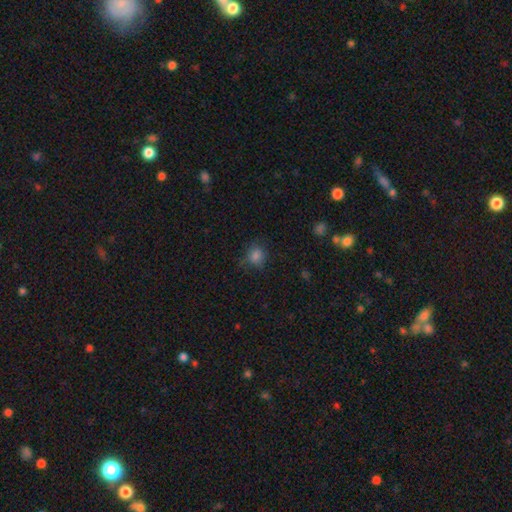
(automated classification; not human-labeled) Smooth or featured? smooth (81%)
How rounded? round (77%)
Merging? none (74%)